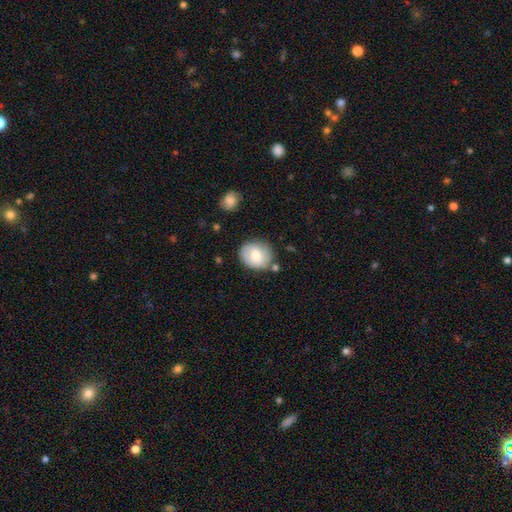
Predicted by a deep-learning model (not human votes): Smooth or featured: smooth — 75% (featured or disk — 18%)
How rounded: round — 68% (in between — 31%)
Merging: none — 72% (minor disturbance — 18%)